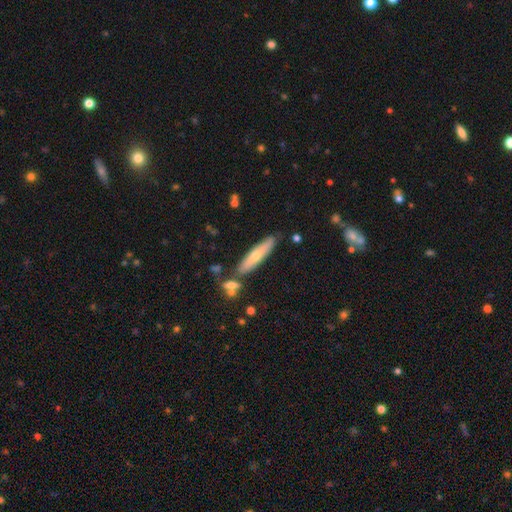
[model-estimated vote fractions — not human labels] A smooth galaxy with no disk features (60%) that is cigar-shaped (82%). Merging: none (79%).